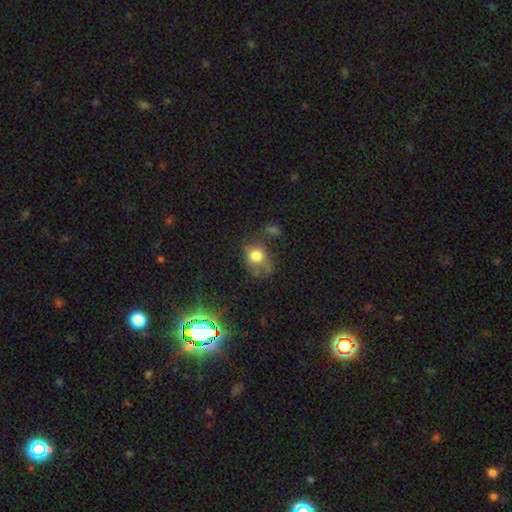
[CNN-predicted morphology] smooth-or-featured: smooth: 71% | featured or disk: 15% | star or artifact: 14%
  how-rounded: round: 65% | in between: 34% | cigar-shaped: 1%
  merging: none: 45% | minor disturbance: 25% | major disturbance: 19% | merger: 11%